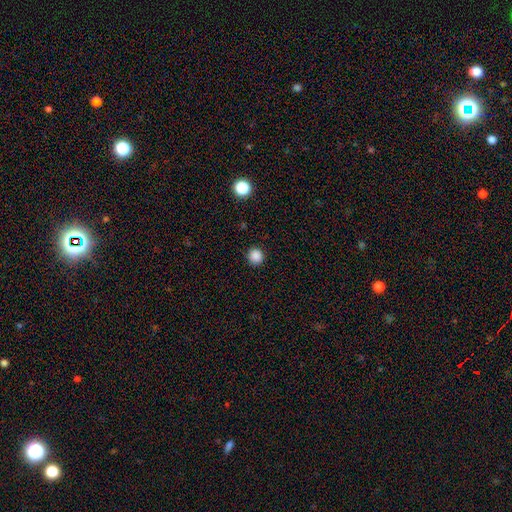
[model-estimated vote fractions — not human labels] smooth-or-featured: smooth: 87% | star or artifact: 11% | featured or disk: 2%
  how-rounded: round: 92% | in between: 7% | cigar-shaped: 1%
  merging: none: 91% | minor disturbance: 6% | major disturbance: 2% | merger: 1%